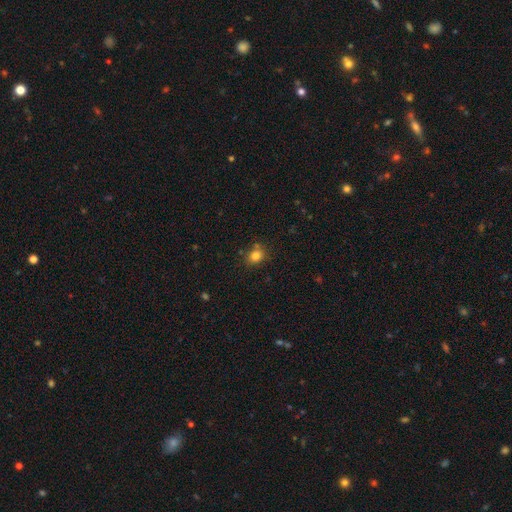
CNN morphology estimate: Q: Smooth or featured?
A: smooth (81%); runner-up: star or artifact (12%)
Q: How rounded?
A: round (63%); runner-up: in between (36%)
Q: Merging?
A: none (75%); runner-up: minor disturbance (15%)